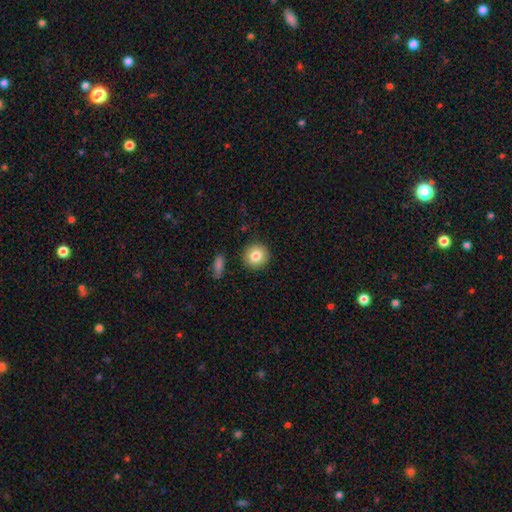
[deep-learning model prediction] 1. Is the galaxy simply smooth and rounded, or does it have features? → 82% smooth, 9% featured or disk, 9% star or artifact.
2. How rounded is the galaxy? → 93% round, 6% in between, 1% cigar-shaped.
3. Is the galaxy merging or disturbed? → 90% none, 6% minor disturbance, 2% merger, 2% major disturbance.